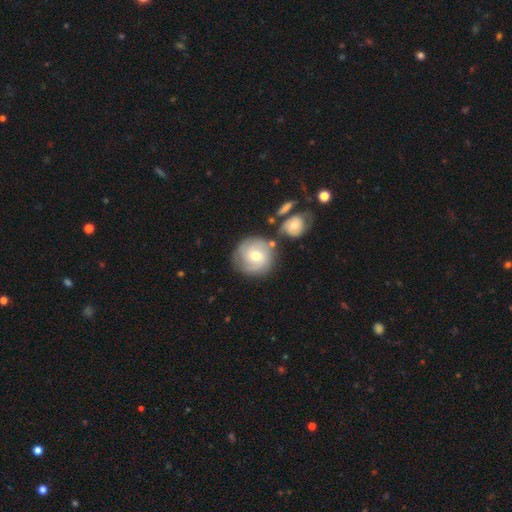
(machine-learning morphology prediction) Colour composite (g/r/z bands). It shows a featured or disk galaxy (53%) with no bar (66%), spiral arms (83%) and a moderate central bulge (70%). Merging: none (70%).